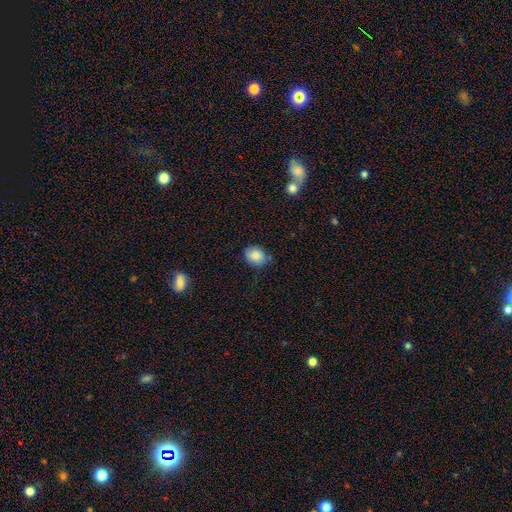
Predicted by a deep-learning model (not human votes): This is clearly a smooth galaxy (85%). How rounded: possibly in between (56%). Merging: likely none (76%).